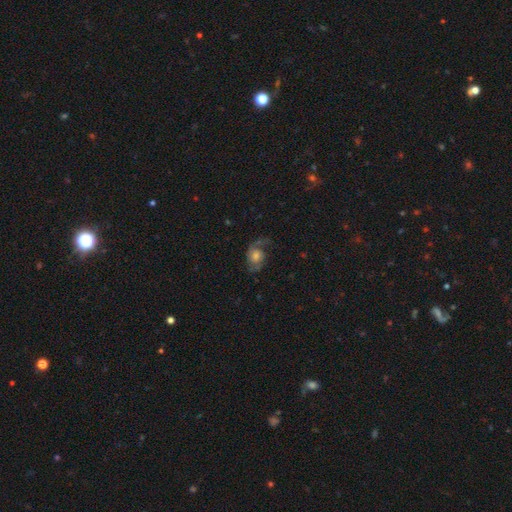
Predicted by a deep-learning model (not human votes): A featured or disk galaxy (69%) with no bar (72%), 2 (78%) loose (43%) spiral arms (92%) and a moderate central bulge (50%). Merging: none (62%).